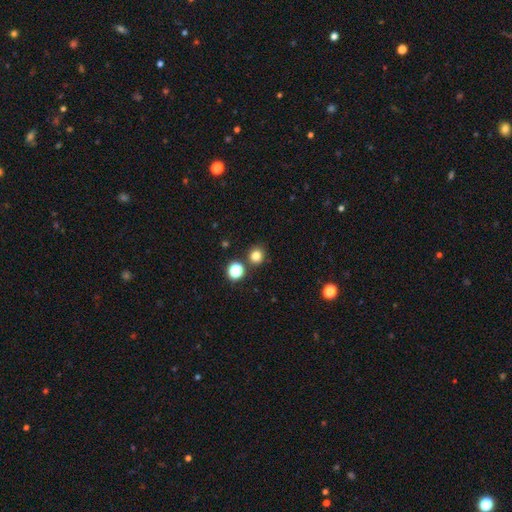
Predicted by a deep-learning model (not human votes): A smooth galaxy with no disk features (79%) that is round (89%).

Vote fractions:
- Smooth or featured? smooth: 79% / star or artifact: 16% / featured or disk: 5%
- How rounded? round: 89% / in between: 10% / cigar-shaped: 1%
- Merging? none: 83% / minor disturbance: 7% / merger: 7% / major disturbance: 2%